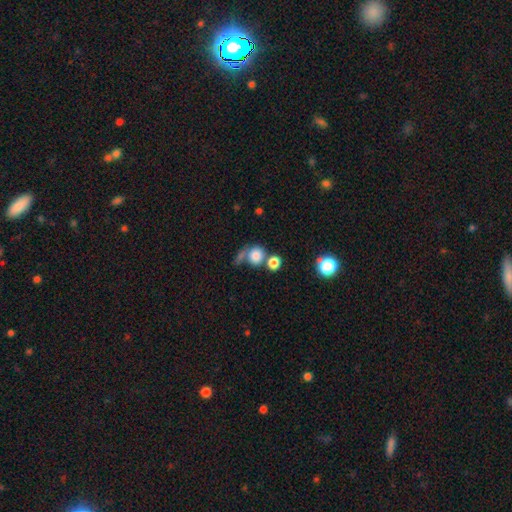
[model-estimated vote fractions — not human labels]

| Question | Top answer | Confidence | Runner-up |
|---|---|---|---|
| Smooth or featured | smooth | 80% | star or artifact (11%) |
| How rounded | round | 81% | in between (17%) |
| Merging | none | 41% | merger (36%) |